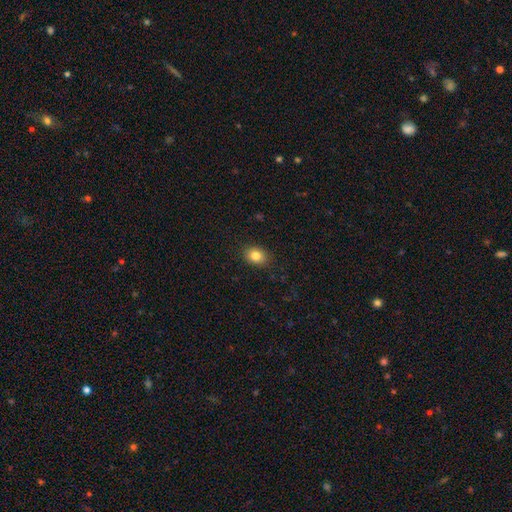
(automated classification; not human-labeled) Smooth or featured? Predicted: smooth (p=0.83). How rounded? Predicted: in between (p=0.56). Merging? Predicted: none (p=0.89).